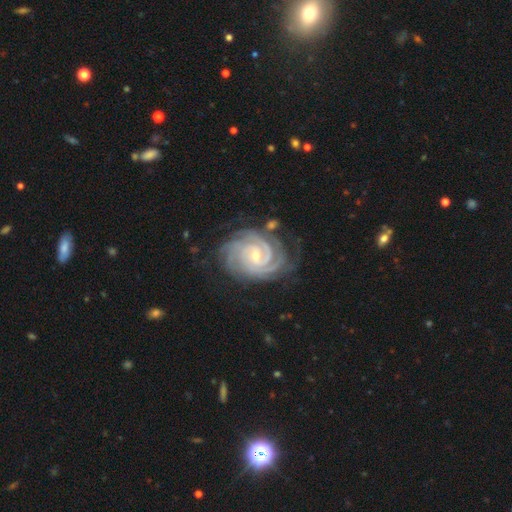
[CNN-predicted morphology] Overall: featured or disk (92%). Edge-on disk: no (98%). Bar: no (45%; weak 40%). Spiral arms: yes (99%). Spiral arm count: 4 (30%; 3 24%). Spiral winding: tight (82%). Bulge size: small (65%; moderate 32%). Merging: none (72%).